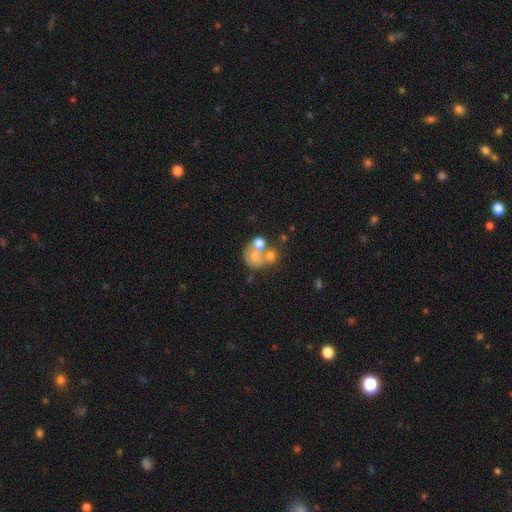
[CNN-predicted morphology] Smooth or featured? smooth (47%)
Merging? merger (53%)